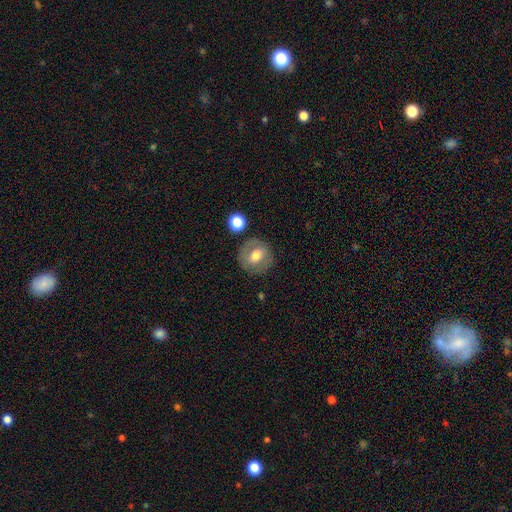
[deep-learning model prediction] Smooth or featured? smooth (60%)
How rounded? round (85%)
Merging? none (81%)